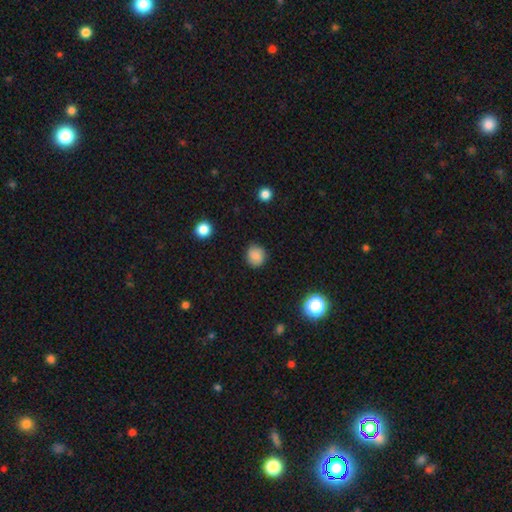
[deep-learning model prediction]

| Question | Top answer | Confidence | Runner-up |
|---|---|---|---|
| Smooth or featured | smooth | 84% | star or artifact (10%) |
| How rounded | round | 82% | in between (17%) |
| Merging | none | 85% | minor disturbance (11%) |